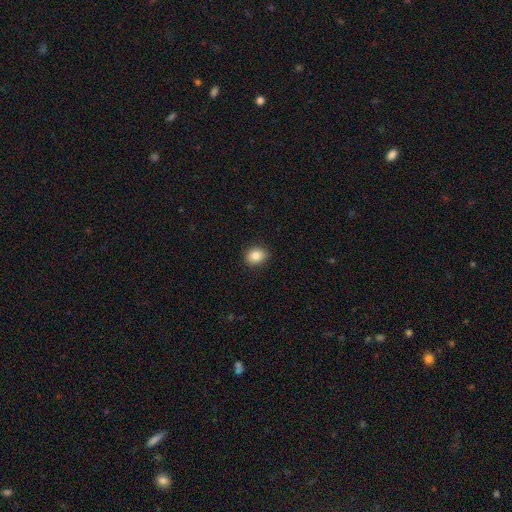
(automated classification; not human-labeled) Smooth or featured?
  - smooth: 85% *
  - star or artifact: 9%
  - featured or disk: 6%
How rounded?
  - round: 57% *
  - in between: 42%
  - cigar-shaped: 1%
Merging?
  - none: 88% *
  - minor disturbance: 9%
  - major disturbance: 2%
  - merger: 1%